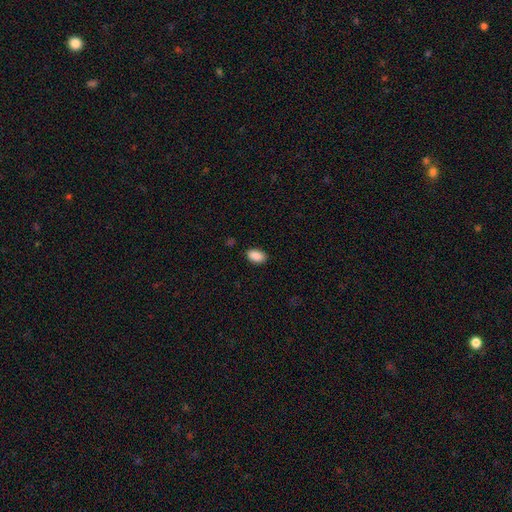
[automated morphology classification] Smooth or featured? smooth (90%)
How rounded? in between (91%)
Merging? none (86%)